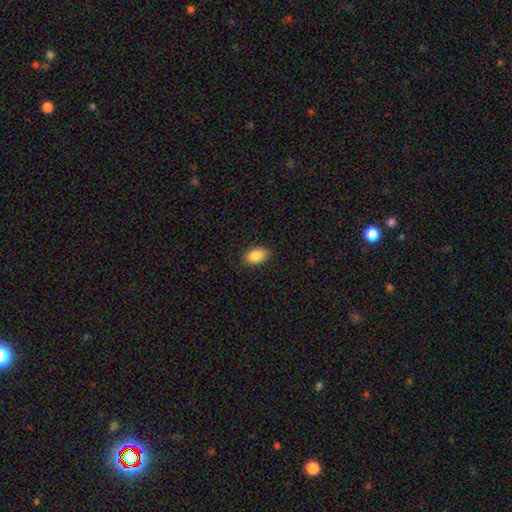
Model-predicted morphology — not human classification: Smooth or featured? Predicted: smooth (p=0.88). How rounded? Predicted: in between (p=0.92). Merging? Predicted: none (p=0.88).